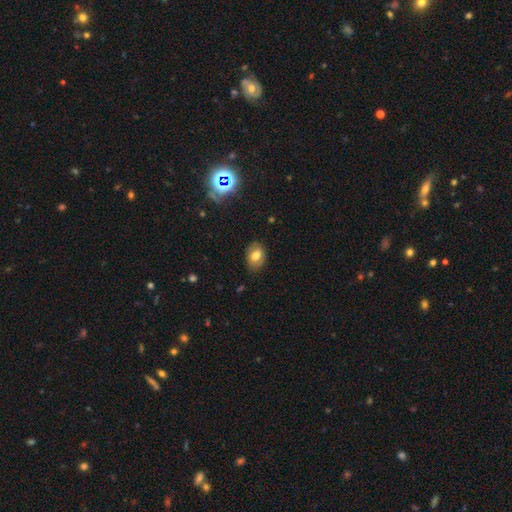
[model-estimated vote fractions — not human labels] This appears to be a smooth galaxy with no disk features (70%) that is in between round and cigar-shaped (78%). Merging: none (82%).